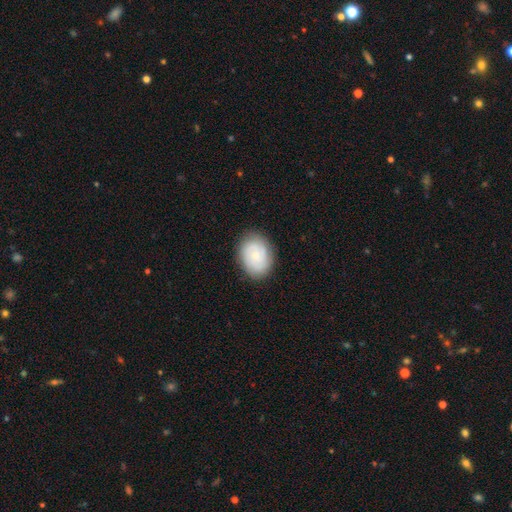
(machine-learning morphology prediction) Smooth or featured?
  - featured or disk: 47% *
  - smooth: 45%
  - star or artifact: 7%
Merging?
  - none: 83% *
  - minor disturbance: 12%
  - major disturbance: 3%
  - merger: 1%